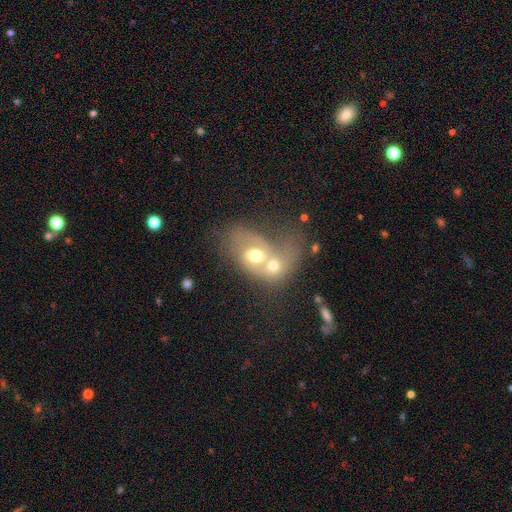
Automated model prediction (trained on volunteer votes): Overall: featured or disk (49%; smooth 40%). Merging: merger (79%).